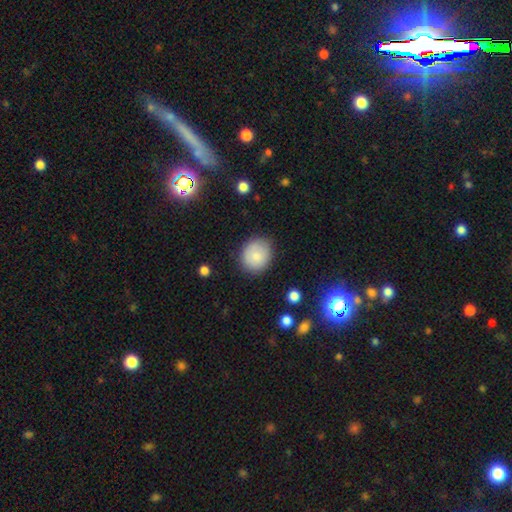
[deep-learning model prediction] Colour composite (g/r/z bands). It shows a smooth galaxy with no disk features (83%) that is round (72%). Merging: none (82%).